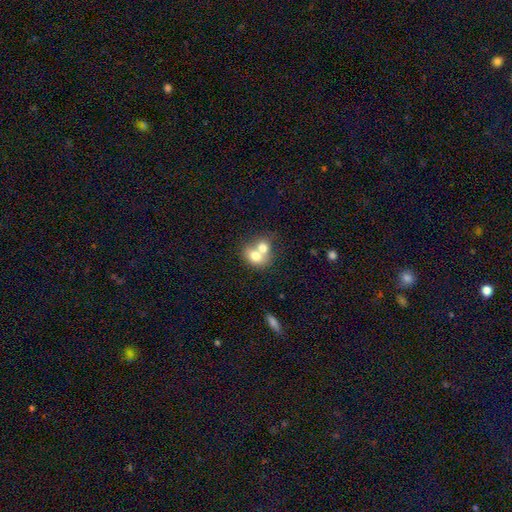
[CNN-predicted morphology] smooth 70%, featured or disk 21%, star or artifact 9%. Down the decision tree: how rounded — in between (52%); merging — merger (69%).